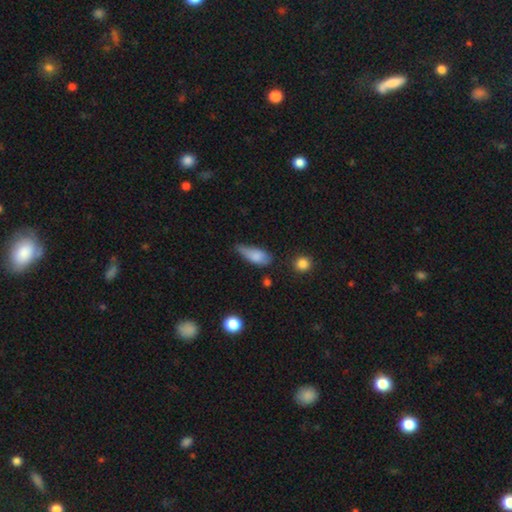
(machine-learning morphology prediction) smooth_or_featured: smooth (p=0.79) [alt: featured or disk p=0.13]
how_rounded: in between (p=0.78) [alt: cigar-shaped p=0.18]
merging: minor disturbance (p=0.48) [alt: none p=0.32]